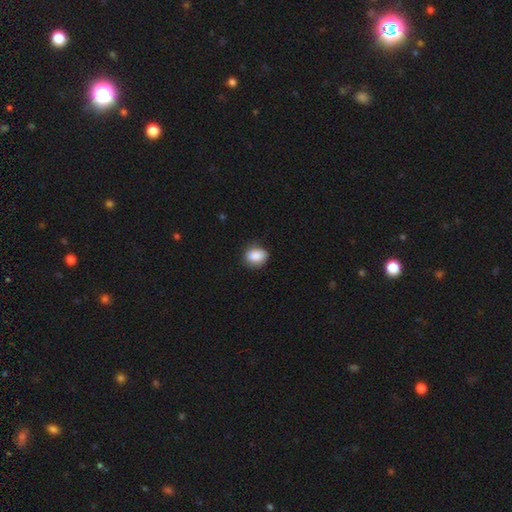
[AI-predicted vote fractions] This appears to be a smooth galaxy with no disk features (87%) that is in between round and cigar-shaped (51%). Merging: none (75%).